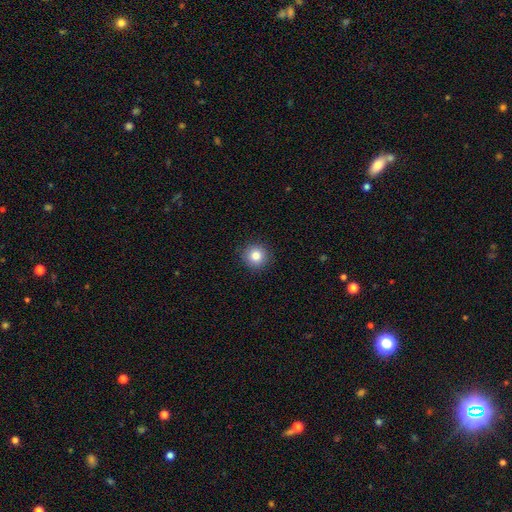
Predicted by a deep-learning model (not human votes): smooth 84%, star or artifact 10%, featured or disk 6%. Down the decision tree: how rounded — round (94%); merging — none (91%).